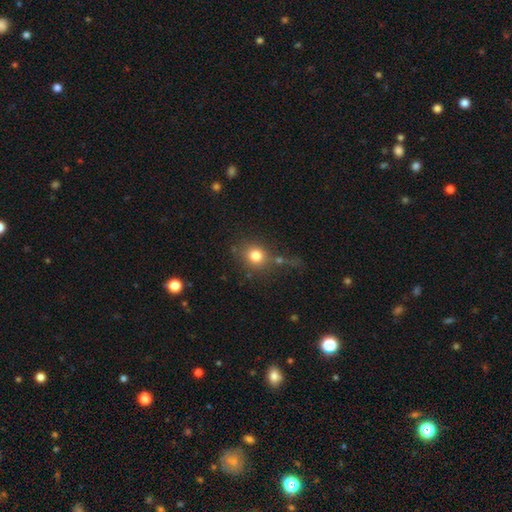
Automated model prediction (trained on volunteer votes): Smooth or featured: smooth — 79% (star or artifact — 12%)
How rounded: round — 78% (in between — 21%)
Merging: none — 64% (minor disturbance — 14%)